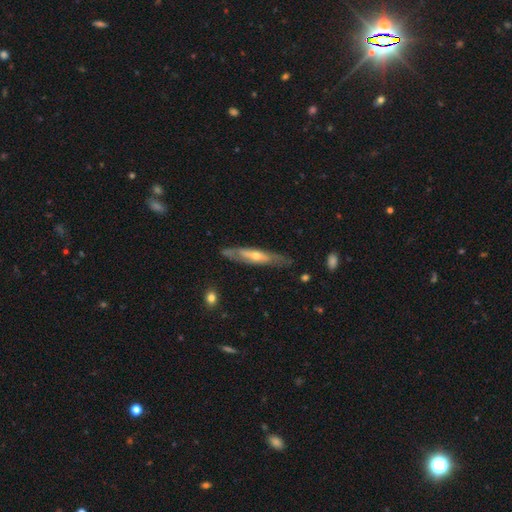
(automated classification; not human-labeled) featured or disk 67%, smooth 27%, star or artifact 5%. Down the decision tree: edge-on disk — yes (59%); merging — none (75%).